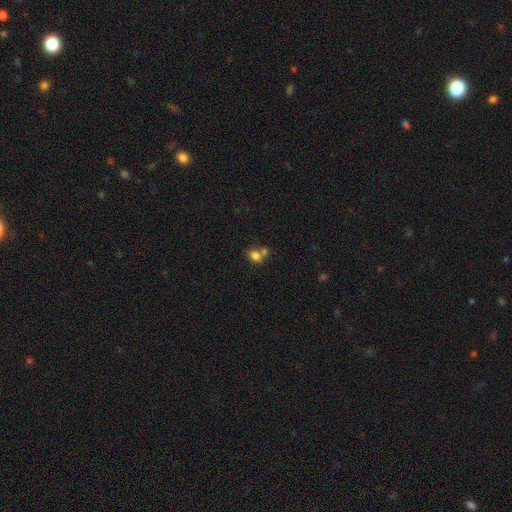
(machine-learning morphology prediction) Q: Smooth or featured?
A: smooth (80%); runner-up: star or artifact (12%)
Q: How rounded?
A: in between (68%); runner-up: round (31%)
Q: Merging?
A: none (47%); runner-up: merger (38%)